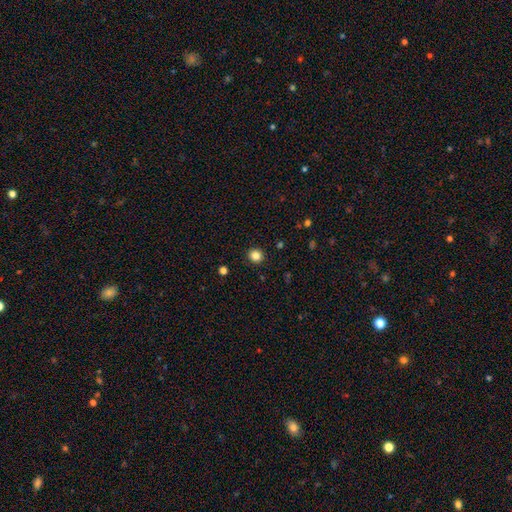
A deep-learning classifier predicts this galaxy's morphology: smooth-or-featured: smooth: 84% | star or artifact: 12% | featured or disk: 4%
  how-rounded: round: 91% | in between: 8% | cigar-shaped: 1%
  merging: none: 93% | minor disturbance: 5% | major disturbance: 2% | merger: 1%